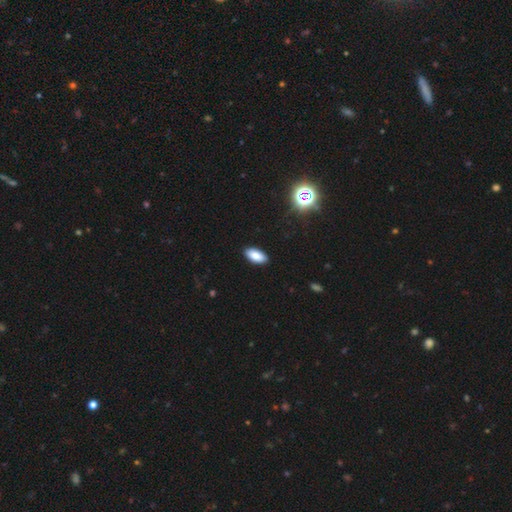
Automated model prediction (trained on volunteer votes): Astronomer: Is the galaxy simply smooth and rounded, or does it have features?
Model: smooth — 85%.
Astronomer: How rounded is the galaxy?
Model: in between — 92%.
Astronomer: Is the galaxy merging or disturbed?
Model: none — 90%.